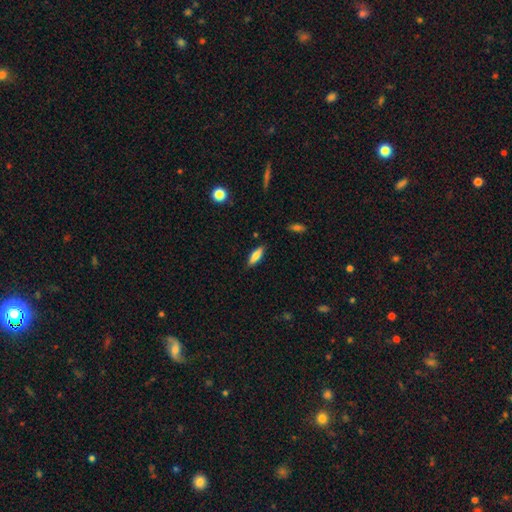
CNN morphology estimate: The model was most divided on "how rounded": in between: 54%, cigar-shaped: 45%, round: 2%. More confident: merging — none (86%); smooth or featured — smooth (76%).